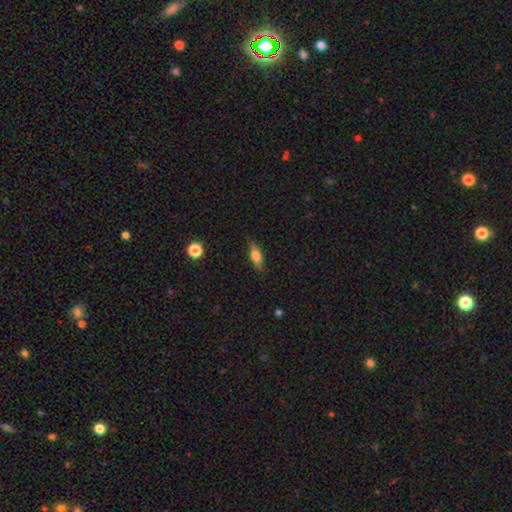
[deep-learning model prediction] Overall: smooth (67%). How rounded: in between (63%; cigar-shaped 33%). Merging: none (84%).